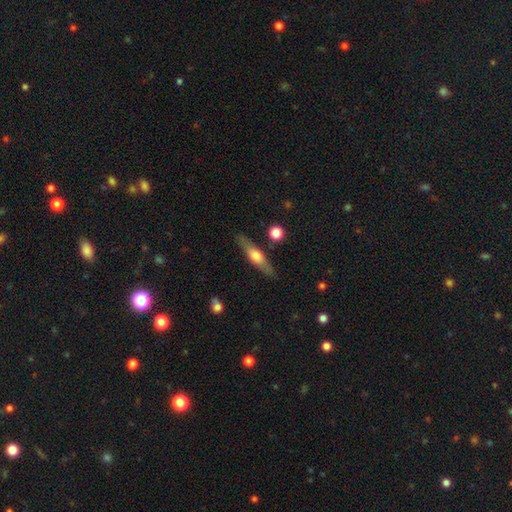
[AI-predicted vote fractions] Smooth or featured? featured or disk (54%)
Edge-on disk? yes (91%)
Merging? none (84%)